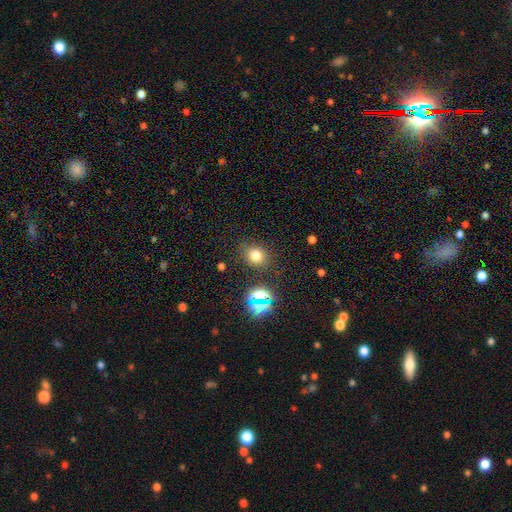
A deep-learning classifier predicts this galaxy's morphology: type=smooth (70%); roundness=round (64%); merging=none (82%).